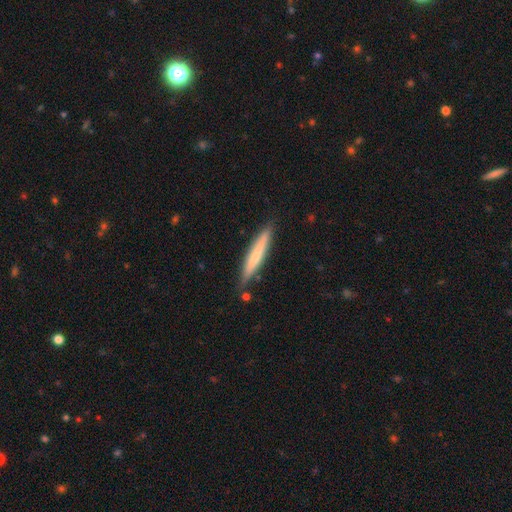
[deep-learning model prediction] This is likely a smooth galaxy (61%). How rounded: clearly cigar-shaped (95%). Merging: clearly none (85%).